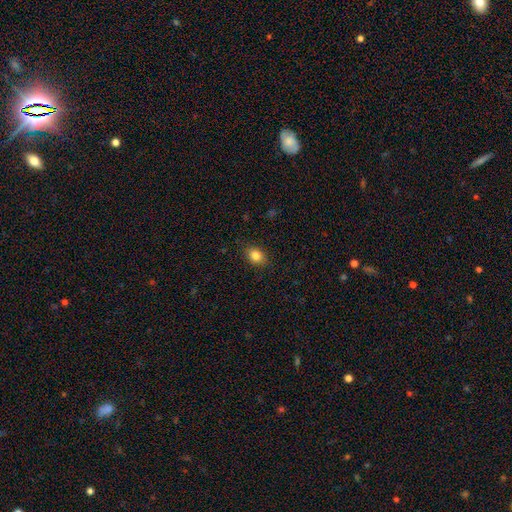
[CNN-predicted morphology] Overall: smooth (83%). How rounded: in between (64%; round 35%). Merging: none (87%).